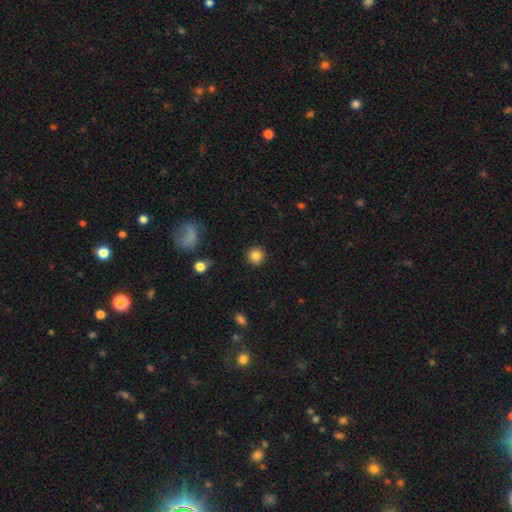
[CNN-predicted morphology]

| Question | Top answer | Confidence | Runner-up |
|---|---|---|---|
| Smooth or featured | smooth | 84% | star or artifact (11%) |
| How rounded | round | 93% | in between (6%) |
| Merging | none | 91% | minor disturbance (6%) |